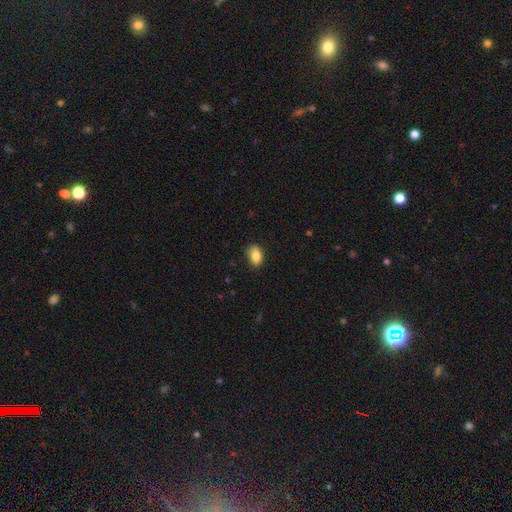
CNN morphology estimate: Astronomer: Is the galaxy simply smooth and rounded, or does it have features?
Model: smooth — 85%.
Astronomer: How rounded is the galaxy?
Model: in between — 86%.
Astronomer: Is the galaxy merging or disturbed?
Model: none — 82%.